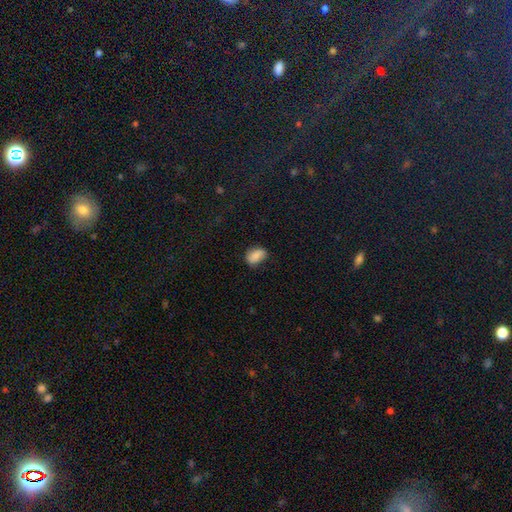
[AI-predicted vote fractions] This appears to be a smooth galaxy with no disk features (83%) that is in between round and cigar-shaped (82%). Merging: none (70%).